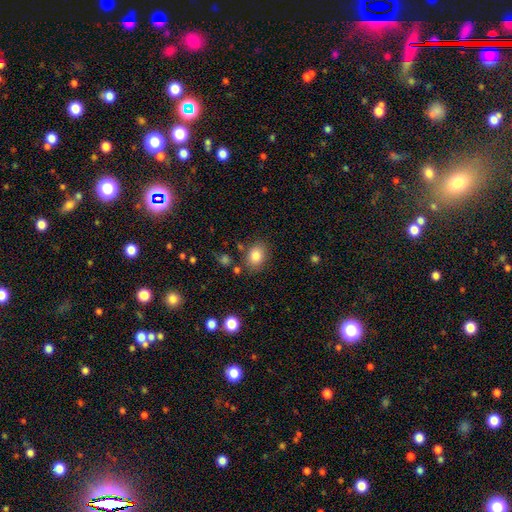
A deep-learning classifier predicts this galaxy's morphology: The model was most divided on "how rounded": in between: 56%, round: 43%, cigar-shaped: 1%. More confident: smooth or featured — smooth (83%); merging — none (79%).